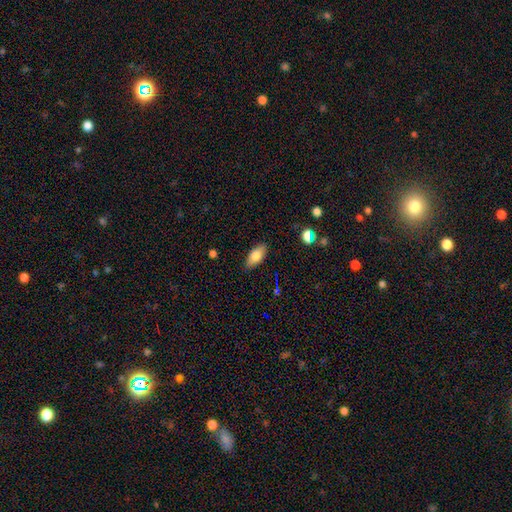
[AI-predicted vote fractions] smooth_or_featured: smooth (p=0.78) [alt: featured or disk p=0.14]
how_rounded: in between (p=0.84) [alt: cigar-shaped p=0.13]
merging: none (p=0.85) [alt: minor disturbance p=0.11]